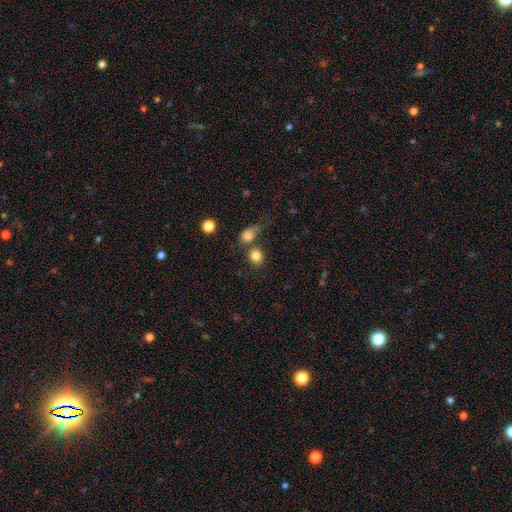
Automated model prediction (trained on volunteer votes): The model was most divided on "merging": none: 59%, merger: 25%, minor disturbance: 10%, major disturbance: 6%. More confident: smooth or featured — smooth (83%); how rounded — round (77%).